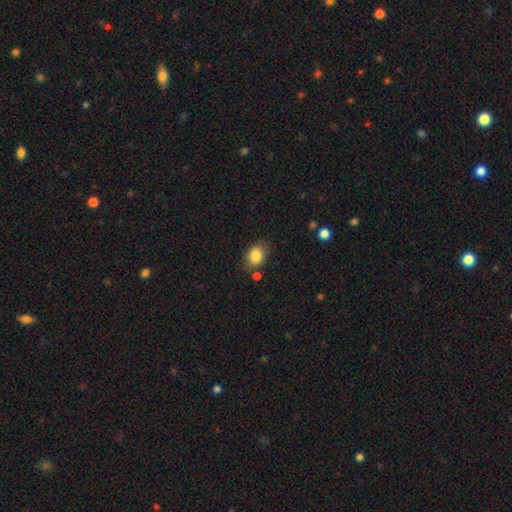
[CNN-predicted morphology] smooth 85%, star or artifact 8%, featured or disk 7%. Down the decision tree: how rounded — in between (73%); merging — none (75%).